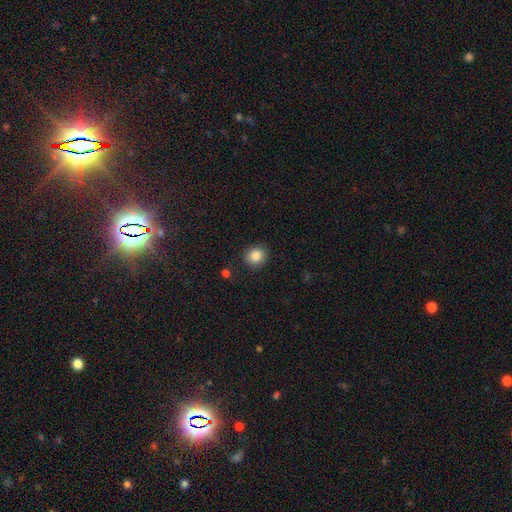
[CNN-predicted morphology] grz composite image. It shows a smooth galaxy with no disk features (85%) that is round (84%). Merging: none (89%).